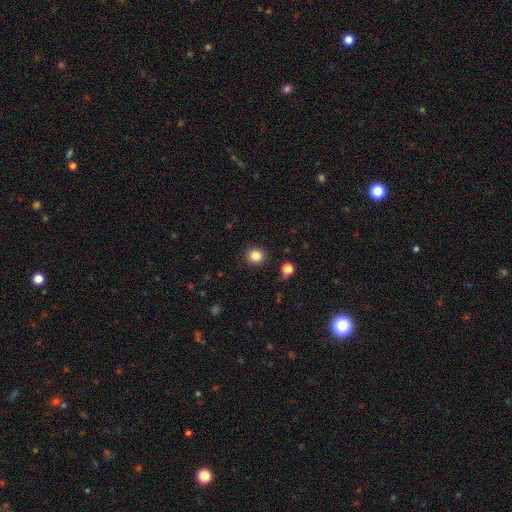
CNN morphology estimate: Smooth or featured?
  - smooth: 84% *
  - star or artifact: 11%
  - featured or disk: 5%
How rounded?
  - round: 92% *
  - in between: 8%
  - cigar-shaped: 1%
Merging?
  - none: 89% *
  - minor disturbance: 7%
  - major disturbance: 2%
  - merger: 2%